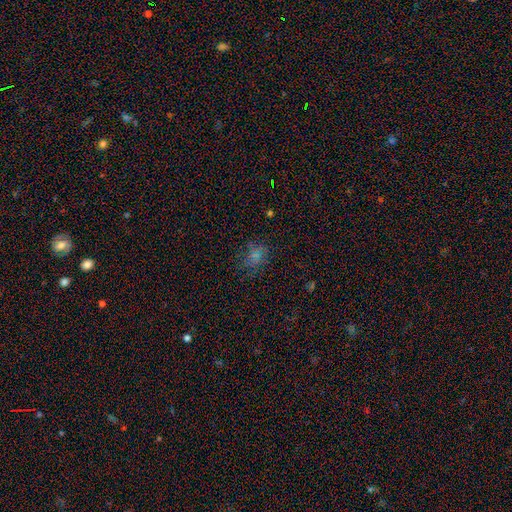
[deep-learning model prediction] Smooth or featured: smooth — 58% (star or artifact — 32%)
How rounded: round — 49% (tied with in between — 49%)
Merging: none — 72% (minor disturbance — 17%)